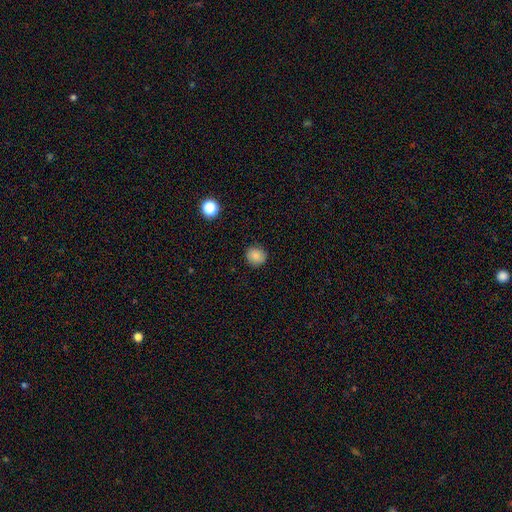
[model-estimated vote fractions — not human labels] A smooth galaxy with no disk features (83%) that is round (89%). Merging: none (88%).